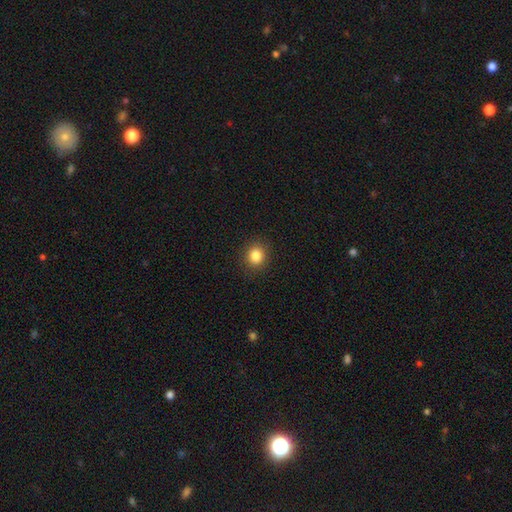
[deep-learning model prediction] Smooth or featured? smooth (84%)
How rounded? round (79%)
Merging? none (90%)